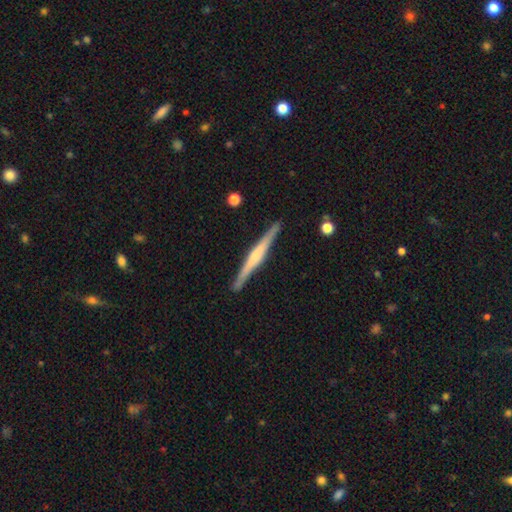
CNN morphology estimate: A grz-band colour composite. It shows a featured or disk galaxy (70%) viewed edge-on (98%) with a rounded central bulge (51%). Merging: none (90%).